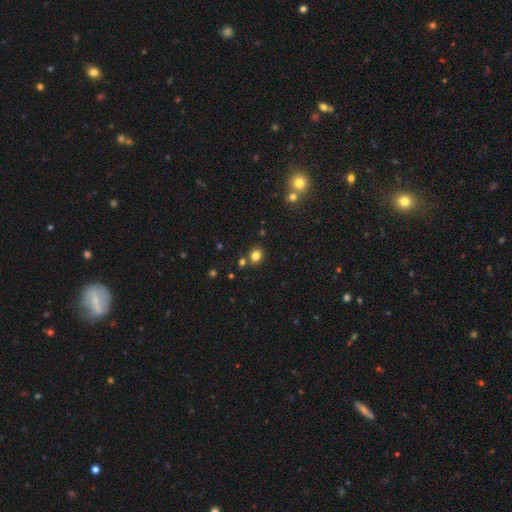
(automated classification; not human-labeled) Smooth or featured? smooth (81%)
How rounded? round (61%)
Merging? none (79%)